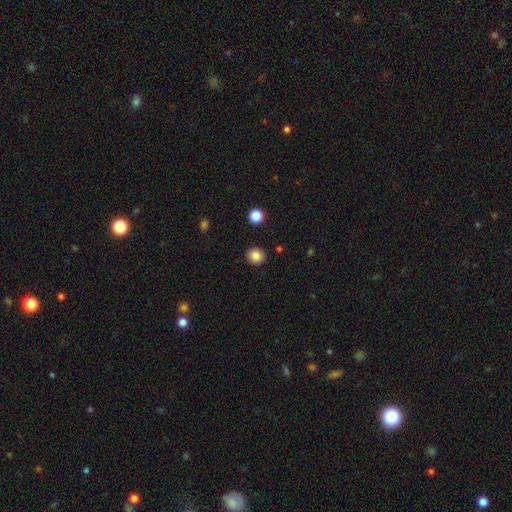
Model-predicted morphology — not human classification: smooth-or-featured: smooth: 84% | star or artifact: 10% | featured or disk: 5%
  how-rounded: round: 85% | in between: 14% | cigar-shaped: 1%
  merging: none: 91% | minor disturbance: 5% | major disturbance: 2% | merger: 1%